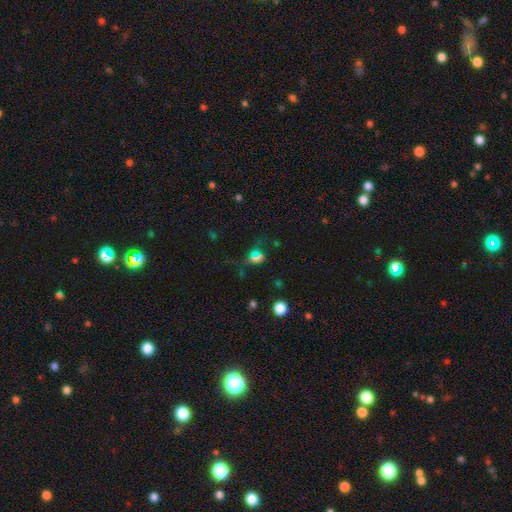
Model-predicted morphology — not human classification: Overall: smooth (44%; star or artifact 42%). Merging: none (57%).